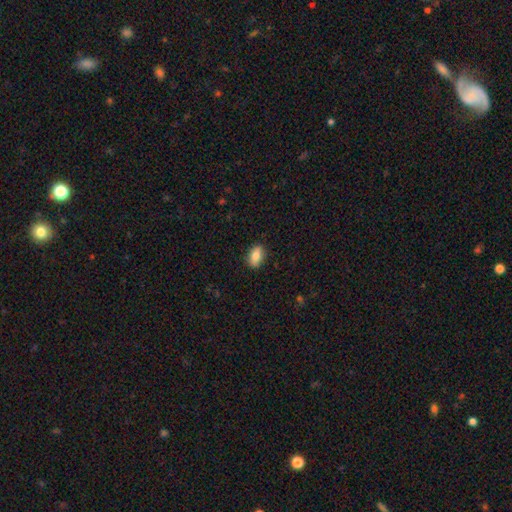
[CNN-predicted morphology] Overall: smooth (82%). How rounded: in between (88%). Merging: none (88%).